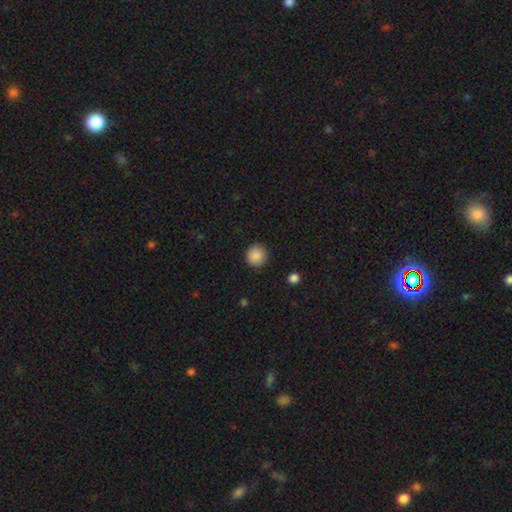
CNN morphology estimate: smooth-or-featured: smooth: 89% | star or artifact: 9% | featured or disk: 3%
  how-rounded: round: 95% | in between: 5% | cigar-shaped: 1%
  merging: none: 91% | minor disturbance: 6% | major disturbance: 2% | merger: 1%